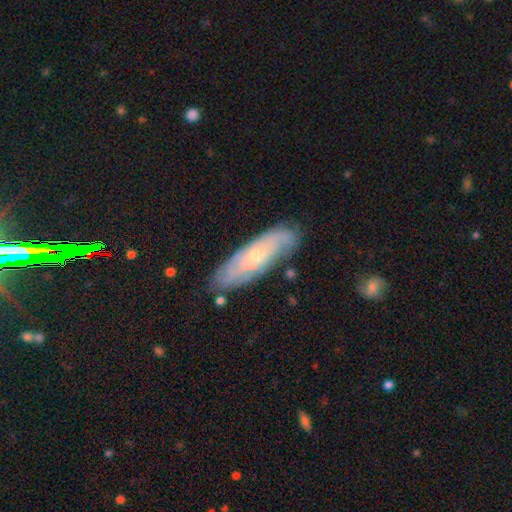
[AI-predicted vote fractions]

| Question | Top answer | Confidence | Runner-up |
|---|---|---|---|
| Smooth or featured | featured or disk | 68% | smooth (25%) |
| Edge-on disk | no | 79% | yes (21%) |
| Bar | no | 78% | weak (19%) |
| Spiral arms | yes | 85% | no (15%) |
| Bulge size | small | 70% | moderate (26%) |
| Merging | none | 77% | minor disturbance (17%) |